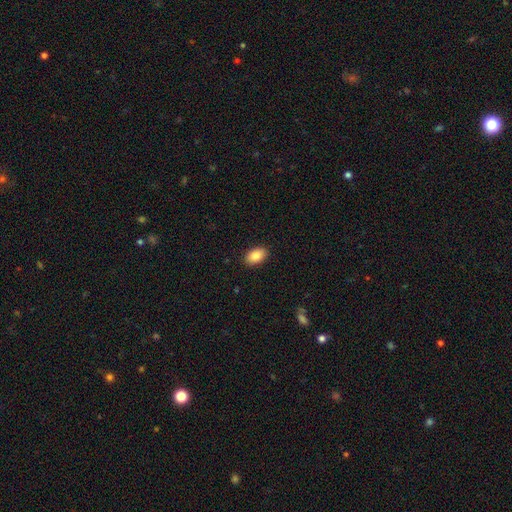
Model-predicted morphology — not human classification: Q: Smooth or featured?
A: smooth (88%); runner-up: star or artifact (7%)
Q: How rounded?
A: in between (92%); runner-up: round (7%)
Q: Merging?
A: none (90%); runner-up: minor disturbance (8%)